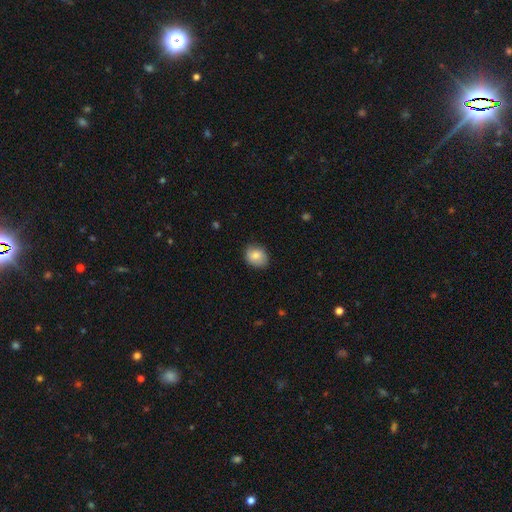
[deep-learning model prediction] A smooth galaxy with no disk features (82%) that is round (57%). Merging: none (80%).